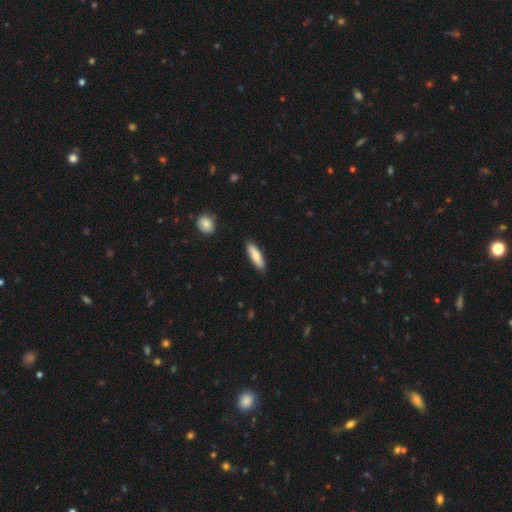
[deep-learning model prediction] Overall: smooth (75%). How rounded: cigar-shaped (65%; in between 33%). Merging: none (88%).